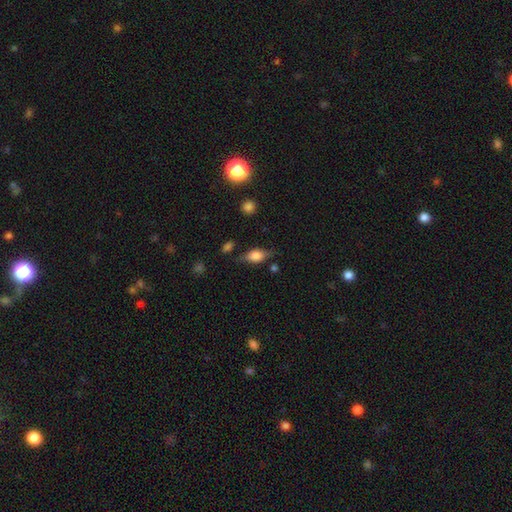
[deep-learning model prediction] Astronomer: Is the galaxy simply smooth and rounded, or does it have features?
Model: smooth — 54% (runner-up: featured or disk, 38%).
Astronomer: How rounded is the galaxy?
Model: in between — 77%.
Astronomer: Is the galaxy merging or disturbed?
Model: none — 72%.